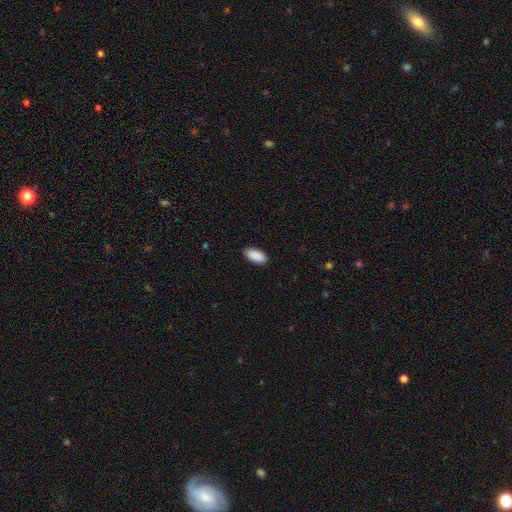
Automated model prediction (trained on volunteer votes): The model was most divided on "merging": none: 88%, minor disturbance: 9%, major disturbance: 2%, merger: 1%. More confident: how rounded — in between (94%); smooth or featured — smooth (91%).